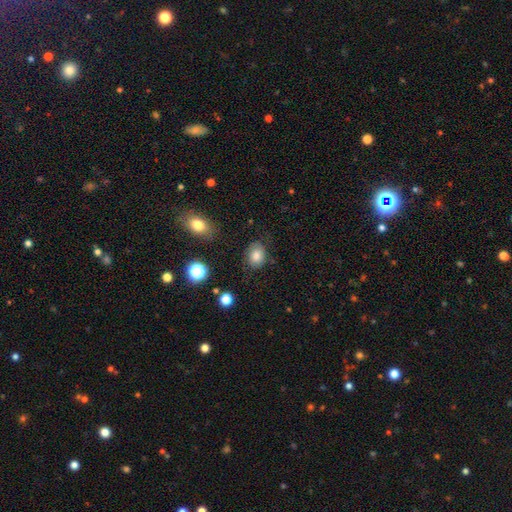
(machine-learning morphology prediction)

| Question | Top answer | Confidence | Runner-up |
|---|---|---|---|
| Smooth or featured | smooth | 78% | featured or disk (11%) |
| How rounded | in between | 62% | round (37%) |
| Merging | none | 77% | minor disturbance (17%) |